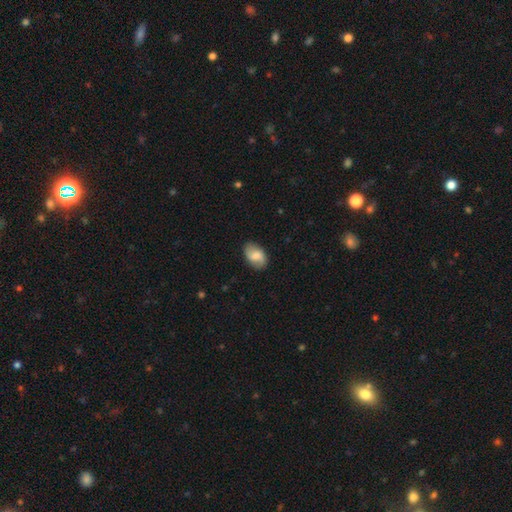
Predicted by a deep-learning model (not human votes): Smooth or featured?
  - smooth: 62% *
  - featured or disk: 31%
  - star or artifact: 7%
How rounded?
  - in between: 89% *
  - round: 10%
  - cigar-shaped: 1%
Merging?
  - none: 81% *
  - minor disturbance: 14%
  - major disturbance: 3%
  - merger: 1%